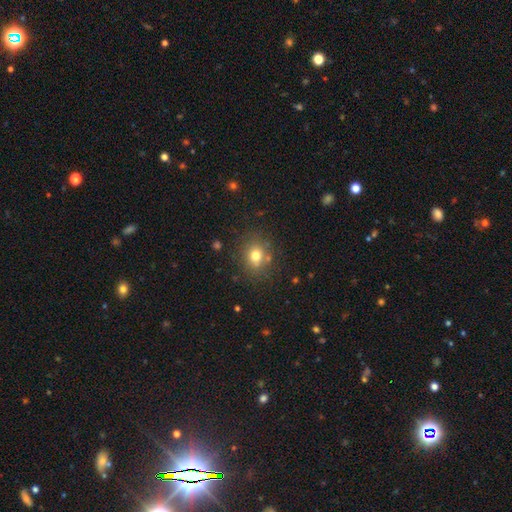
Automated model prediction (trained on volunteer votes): This is likely a smooth galaxy (74%). How rounded: likely round (66%). Merging: likely none (78%).